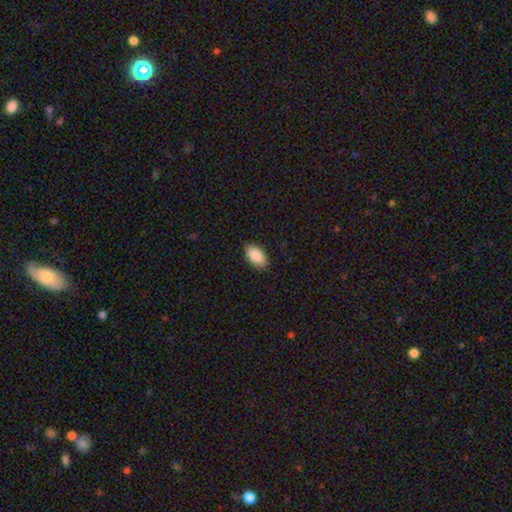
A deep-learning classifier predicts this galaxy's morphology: smooth 90%, star or artifact 6%, featured or disk 4%. Down the decision tree: how rounded — in between (94%); merging — none (86%).